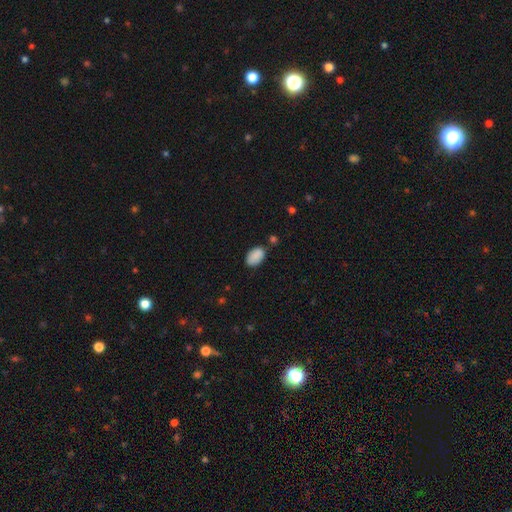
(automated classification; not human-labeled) A smooth galaxy with no disk features (88%) that is in between round and cigar-shaped (92%).

Vote fractions:
- Smooth or featured? smooth: 88% / star or artifact: 8% / featured or disk: 4%
- How rounded? in between: 92% / round: 7% / cigar-shaped: 1%
- Merging? none: 72% / minor disturbance: 18% / merger: 5% / major disturbance: 4%